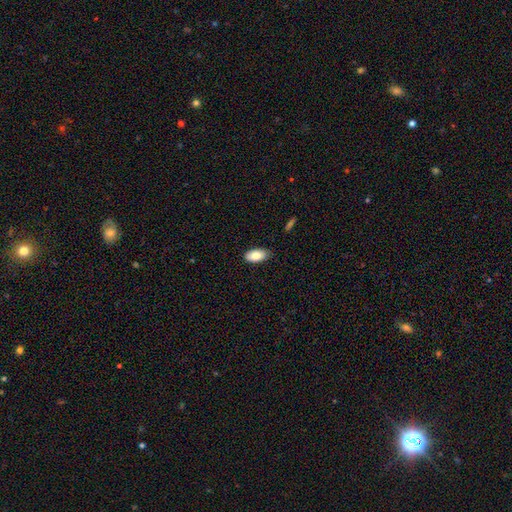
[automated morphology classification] smooth_or_featured: smooth (p=0.82) [alt: featured or disk p=0.11]
how_rounded: in between (p=0.94) [alt: cigar-shaped p=0.04]
merging: none (p=0.82) [alt: minor disturbance p=0.15]